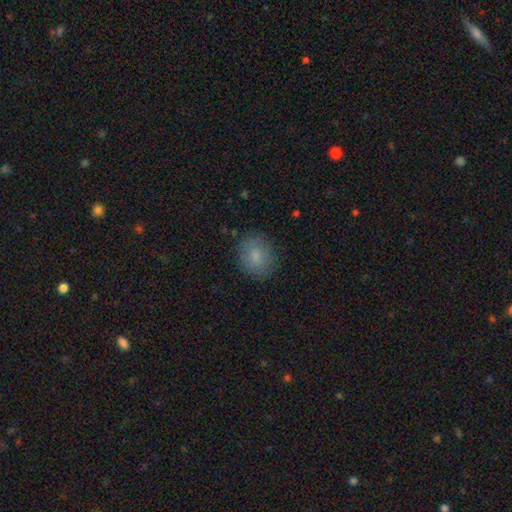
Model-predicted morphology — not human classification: Smooth or featured? Predicted: smooth (p=0.82). How rounded? Predicted: round (p=0.64). Merging? Predicted: none (p=0.83).